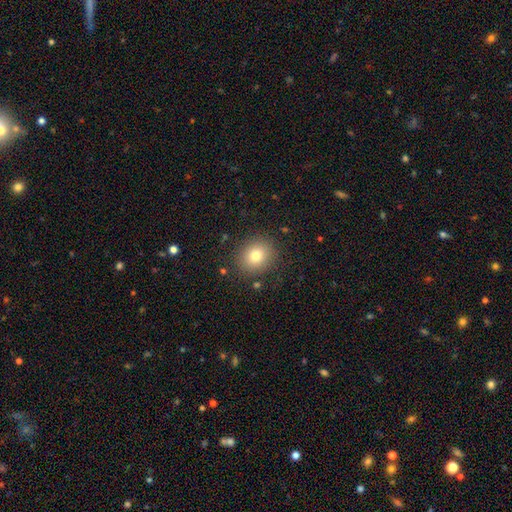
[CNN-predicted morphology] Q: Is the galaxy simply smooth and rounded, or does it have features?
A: smooth — 78%.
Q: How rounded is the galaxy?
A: round — 73%.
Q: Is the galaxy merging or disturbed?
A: none — 87%.